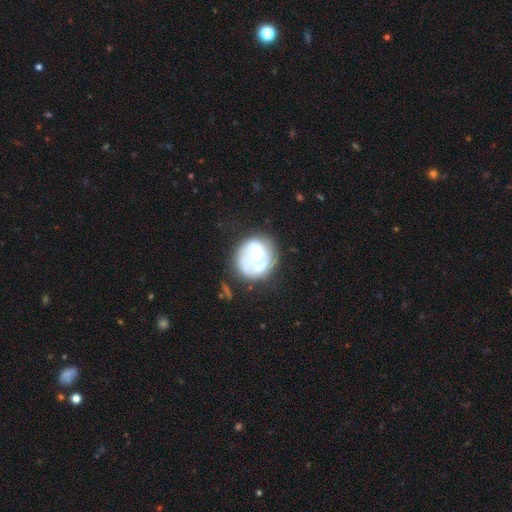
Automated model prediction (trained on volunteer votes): This appears to be a featured or disk galaxy (54%) with no bar (77%), no spiral arms (51%) and a moderate central bulge (42%). Merging: none (50%).